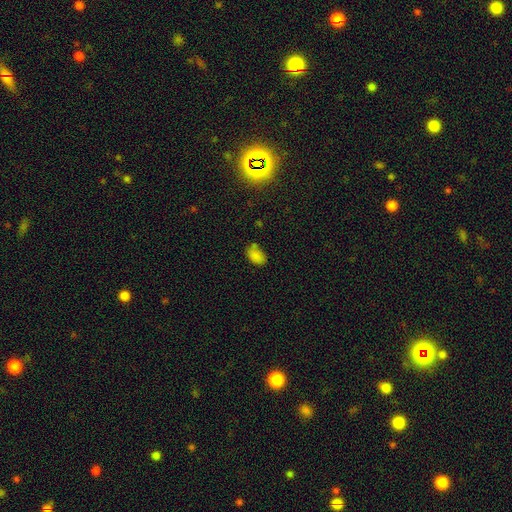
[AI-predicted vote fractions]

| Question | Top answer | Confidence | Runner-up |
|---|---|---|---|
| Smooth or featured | smooth | 80% | star or artifact (14%) |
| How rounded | in between | 89% | round (9%) |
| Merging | none | 63% | minor disturbance (22%) |